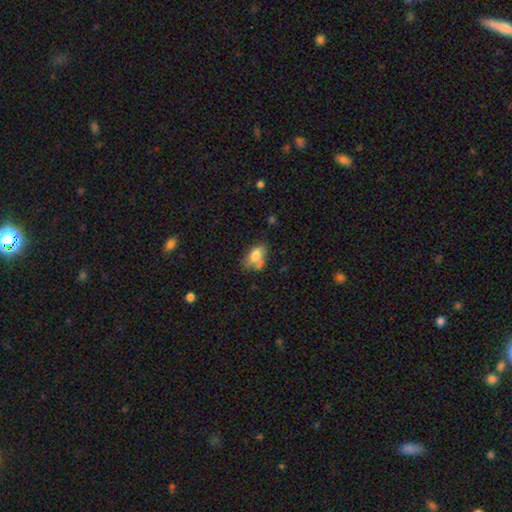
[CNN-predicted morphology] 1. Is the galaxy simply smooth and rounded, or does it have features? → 75% smooth, 17% featured or disk, 9% star or artifact.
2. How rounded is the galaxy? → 84% in between, 14% round, 2% cigar-shaped.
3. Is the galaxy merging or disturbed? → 42% none, 27% minor disturbance, 19% merger, 11% major disturbance.